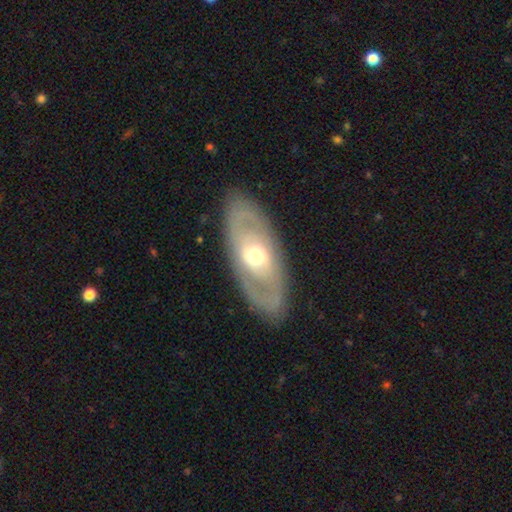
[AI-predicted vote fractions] Overall: featured or disk (68%). Edge-on disk: no (86%). Bar: no (68%). Spiral arms: no (58%; yes 42%). Bulge size: moderate (69%). Merging: none (85%).